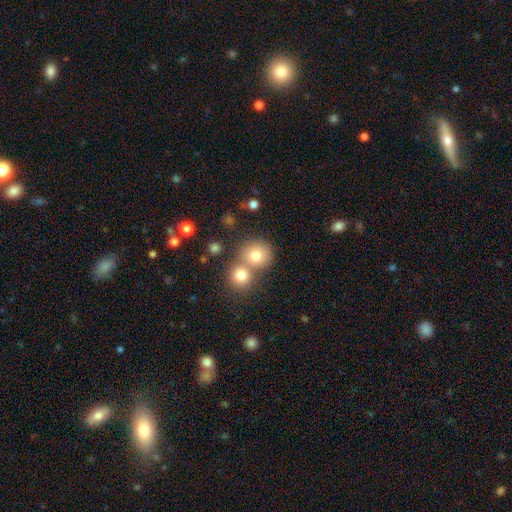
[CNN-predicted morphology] Smooth or featured? smooth (78%)
How rounded? round (88%)
Merging? none (50%)